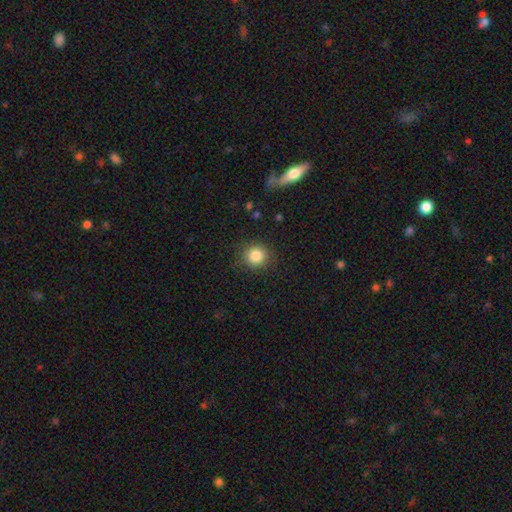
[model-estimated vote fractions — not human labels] smooth 84%, star or artifact 10%, featured or disk 5%. Down the decision tree: how rounded — round (90%); merging — none (87%).